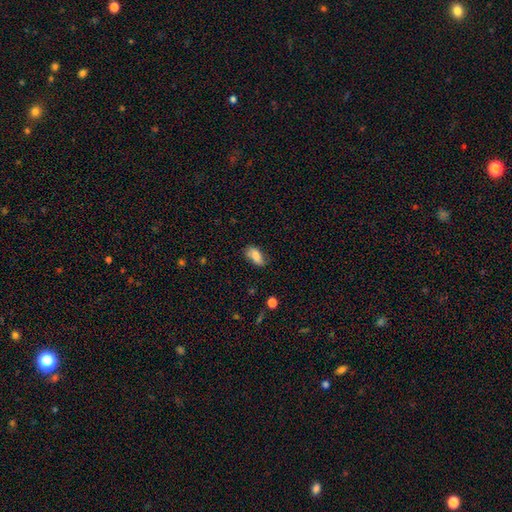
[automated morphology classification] The model was most divided on "merging": none: 69%, minor disturbance: 23%, major disturbance: 6%, merger: 2%. More confident: how rounded — in between (89%); smooth or featured — smooth (78%).